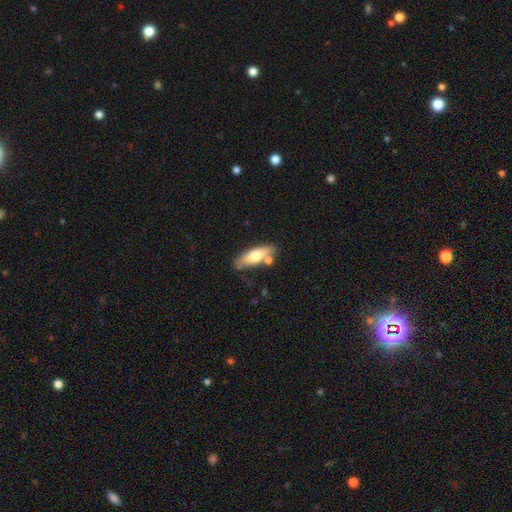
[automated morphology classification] smooth_or_featured: smooth (p=0.64) [alt: featured or disk p=0.30]
how_rounded: in between (p=0.56) [alt: cigar-shaped p=0.41]
merging: none (p=0.69) [alt: minor disturbance p=0.16]